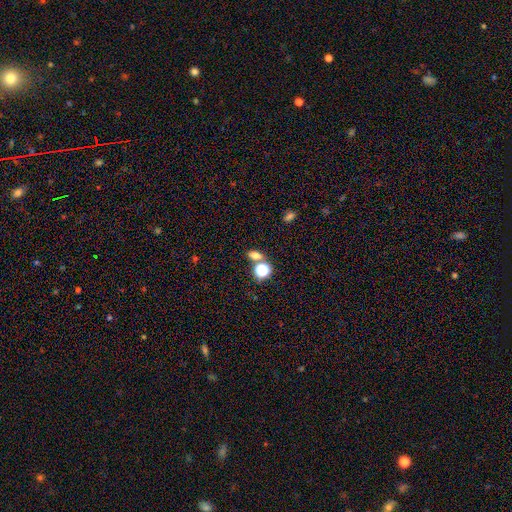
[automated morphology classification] A smooth galaxy with no disk features (65%) that is in between round and cigar-shaped (61%).

Vote fractions:
- Smooth or featured? smooth: 65% / star or artifact: 25% / featured or disk: 10%
- How rounded? in between: 61% / round: 34% / cigar-shaped: 5%
- Merging? none: 67% / merger: 20% / minor disturbance: 9% / major disturbance: 4%